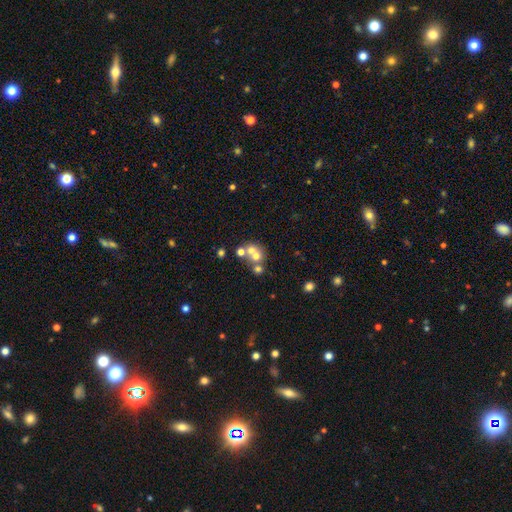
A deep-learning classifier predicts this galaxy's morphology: smooth_or_featured: smooth (p=0.55) [alt: featured or disk p=0.29]
how_rounded: round (p=0.79) [alt: in between p=0.20]
merging: merger (p=0.52) [alt: none p=0.36]